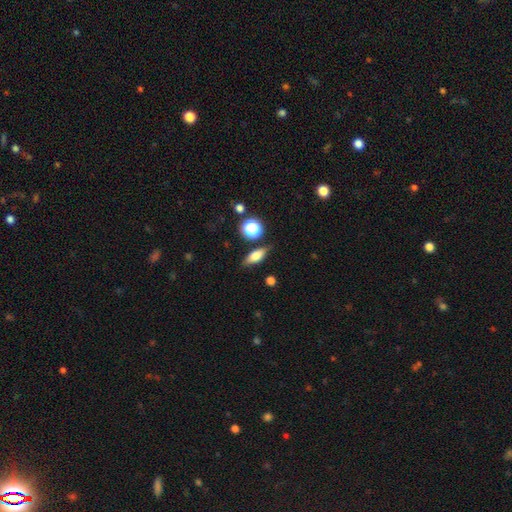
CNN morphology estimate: smooth_or_featured: smooth (p=0.65) [alt: featured or disk p=0.25]
how_rounded: in between (p=0.62) [alt: cigar-shaped p=0.27]
merging: none (p=0.79) [alt: minor disturbance p=0.14]